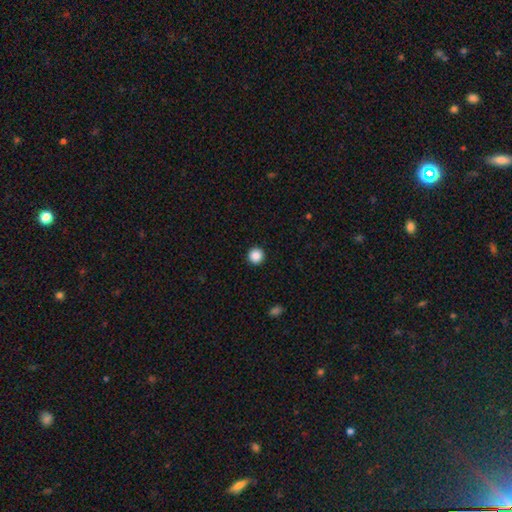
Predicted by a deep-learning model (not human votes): This is clearly a smooth galaxy (87%). How rounded: clearly round (97%). Merging: clearly none (94%).